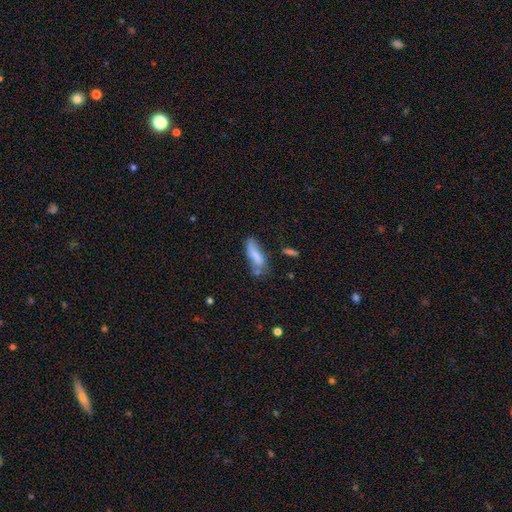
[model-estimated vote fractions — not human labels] Smooth or featured?
  - smooth: 74% *
  - featured or disk: 18%
  - star or artifact: 8%
How rounded?
  - in between: 55% *
  - cigar-shaped: 43%
  - round: 2%
Merging?
  - none: 46% *
  - minor disturbance: 30%
  - major disturbance: 12%
  - merger: 12%